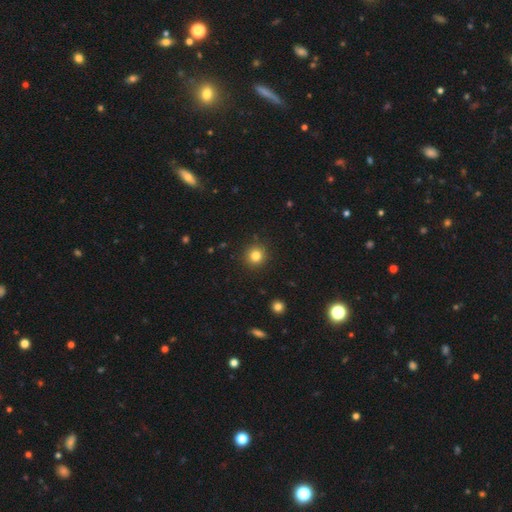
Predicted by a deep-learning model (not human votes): smooth-or-featured: smooth: 82% | star or artifact: 12% | featured or disk: 6%
  how-rounded: round: 93% | in between: 6% | cigar-shaped: 1%
  merging: none: 91% | minor disturbance: 6% | major disturbance: 2% | merger: 1%